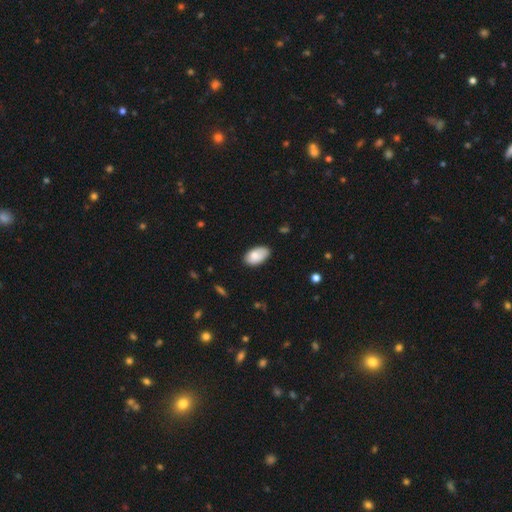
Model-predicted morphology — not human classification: smooth_or_featured: smooth (p=0.80) [alt: featured or disk p=0.13]
how_rounded: in between (p=0.94) [alt: round p=0.04]
merging: none (p=0.77) [alt: minor disturbance p=0.19]